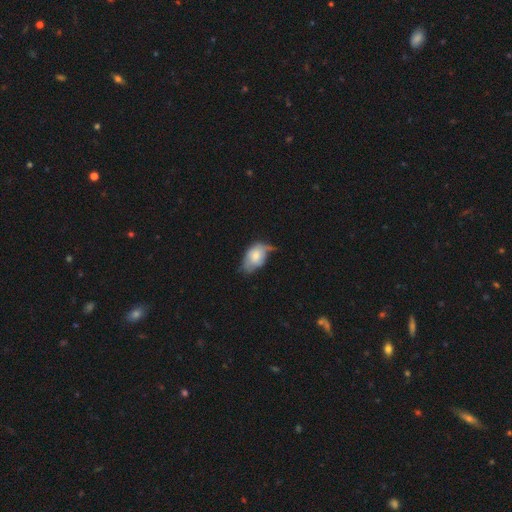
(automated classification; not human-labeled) smooth_or_featured: smooth (p=0.65) [alt: featured or disk p=0.28]
how_rounded: in between (p=0.86) [alt: round p=0.13]
merging: minor disturbance (p=0.42) [alt: none p=0.32]